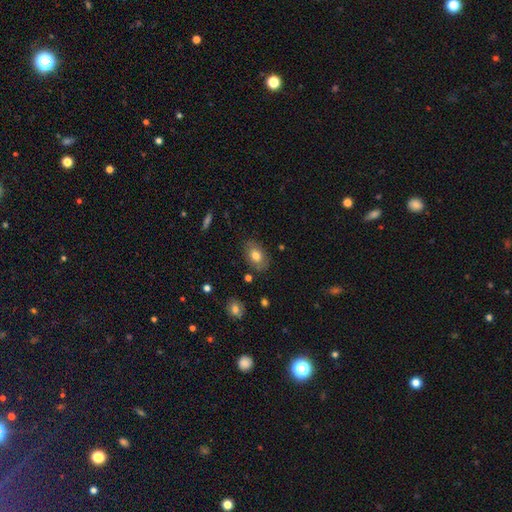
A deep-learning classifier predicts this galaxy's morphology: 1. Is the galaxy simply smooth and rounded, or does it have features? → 76% smooth, 16% featured or disk, 9% star or artifact.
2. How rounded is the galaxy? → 86% in between, 12% round, 1% cigar-shaped.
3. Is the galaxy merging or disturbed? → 83% none, 12% minor disturbance, 3% major disturbance, 2% merger.